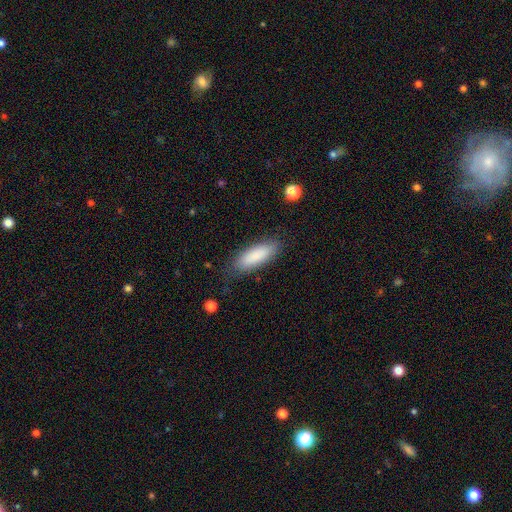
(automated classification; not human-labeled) Smooth or featured: smooth — 86% (featured or disk — 8%)
How rounded: in between — 55% (cigar-shaped — 44%)
Merging: none — 80% (minor disturbance — 15%)